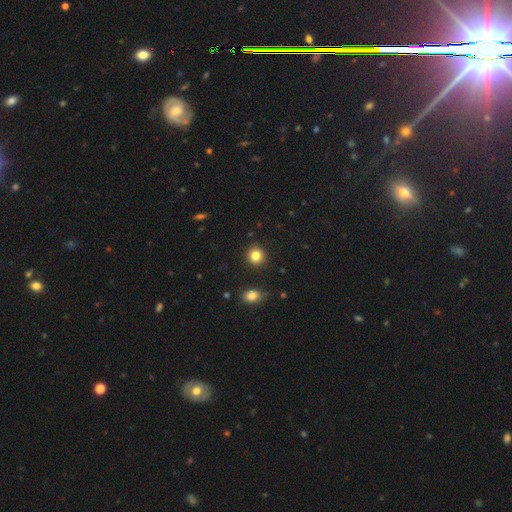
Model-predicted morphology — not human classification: smooth-or-featured: smooth: 84% | star or artifact: 11% | featured or disk: 5%
  how-rounded: round: 89% | in between: 10% | cigar-shaped: 1%
  merging: none: 91% | minor disturbance: 6% | major disturbance: 2% | merger: 2%